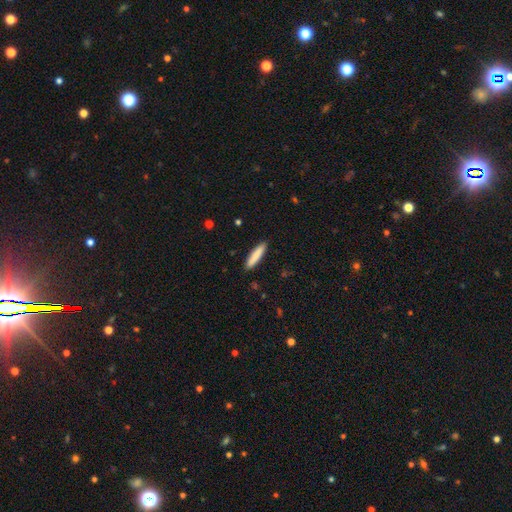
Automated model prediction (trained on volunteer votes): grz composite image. It shows a smooth galaxy with no disk features (84%) that is cigar-shaped (85%). Merging: none (90%).